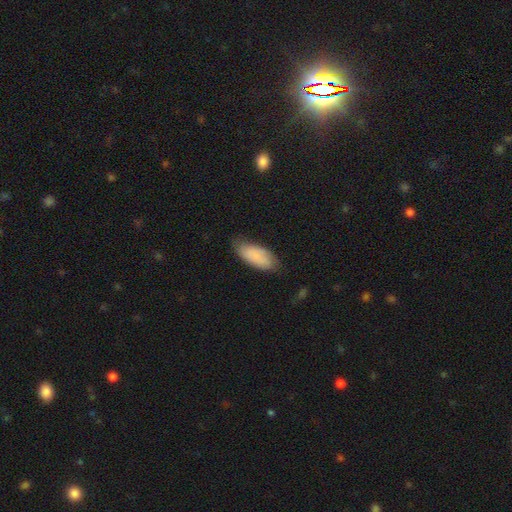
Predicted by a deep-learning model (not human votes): Smooth or featured? Predicted: smooth (p=0.82). How rounded? Predicted: in between (p=0.86). Merging? Predicted: none (p=0.70).